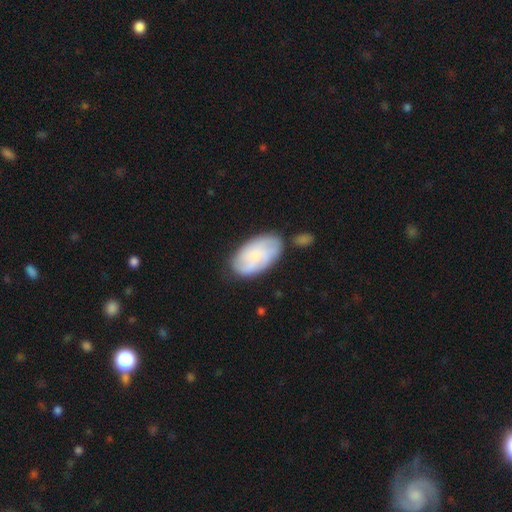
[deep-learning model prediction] This is possibly a smooth galaxy (58%). How rounded: clearly in between (94%). Merging: likely none (64%).